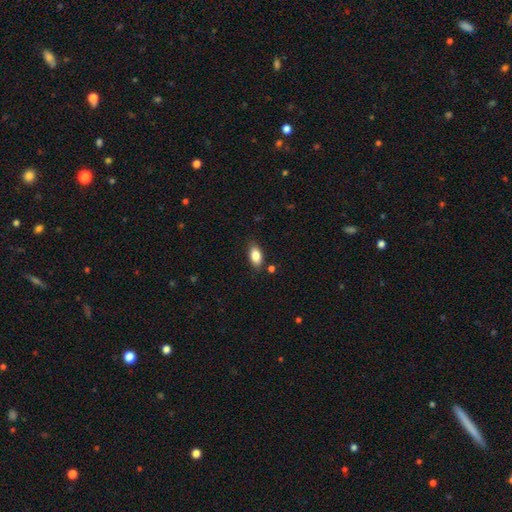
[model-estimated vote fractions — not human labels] smooth-or-featured: smooth: 84% | featured or disk: 8% | star or artifact: 7%
  how-rounded: in between: 90% | cigar-shaped: 6% | round: 4%
  merging: none: 82% | minor disturbance: 12% | merger: 3% | major disturbance: 3%